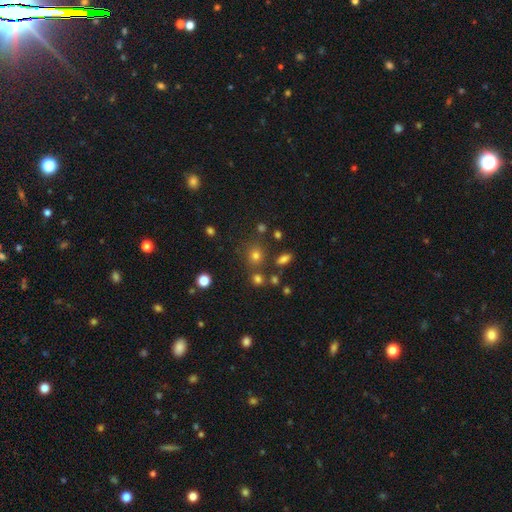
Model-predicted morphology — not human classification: A smooth galaxy with no disk features (69%) that is round (82%).

Vote fractions:
- Smooth or featured? smooth: 69% / star or artifact: 23% / featured or disk: 8%
- How rounded? round: 82% / in between: 17% / cigar-shaped: 1%
- Merging? none: 76% / merger: 11% / minor disturbance: 10% / major disturbance: 4%